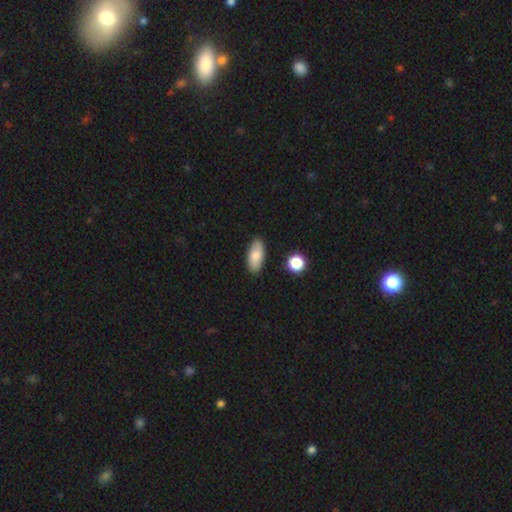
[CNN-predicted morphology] The model was most divided on "smooth or featured": smooth: 79%, featured or disk: 14%, star or artifact: 7%. More confident: how rounded — in between (88%); merging — none (83%).